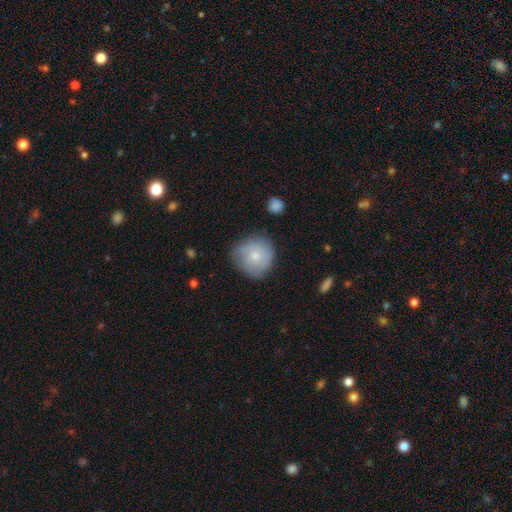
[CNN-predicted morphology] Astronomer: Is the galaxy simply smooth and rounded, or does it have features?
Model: smooth — 65%.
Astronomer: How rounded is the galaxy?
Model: round — 90%.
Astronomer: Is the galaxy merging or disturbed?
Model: none — 68%.